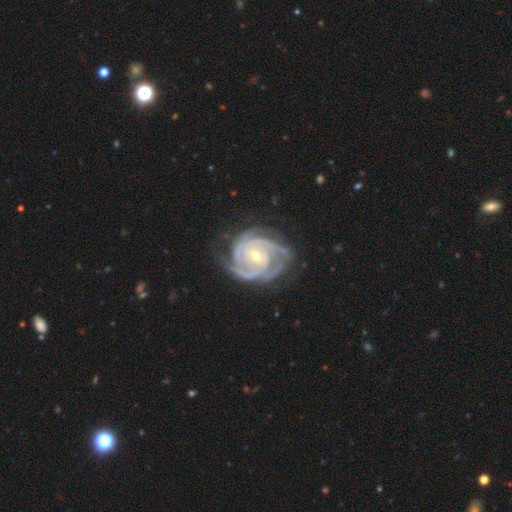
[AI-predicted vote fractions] Q: Smooth or featured?
A: featured or disk (92%); runner-up: star or artifact (4%)
Q: Edge-on disk?
A: no (98%); runner-up: yes (2%)
Q: Bar?
A: no (64%); runner-up: weak (26%)
Q: Spiral arms?
A: yes (98%); runner-up: no (2%)
Q: Spiral winding?
A: tight (75%); runner-up: medium (22%)
Q: Spiral arm count?
A: 3 (37%); runner-up: 2 (23%)
Q: Bulge size?
A: small (63%); runner-up: moderate (34%)
Q: Merging?
A: none (69%); runner-up: minor disturbance (20%)